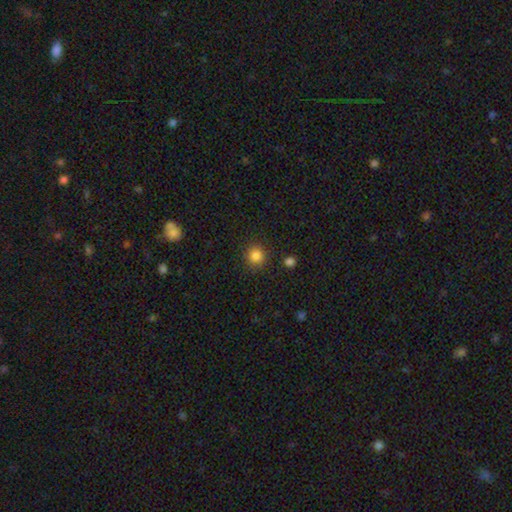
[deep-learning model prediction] smooth-or-featured: smooth: 84% | star or artifact: 12% | featured or disk: 4%
  how-rounded: round: 91% | in between: 8% | cigar-shaped: 1%
  merging: none: 88% | minor disturbance: 7% | major disturbance: 3% | merger: 2%